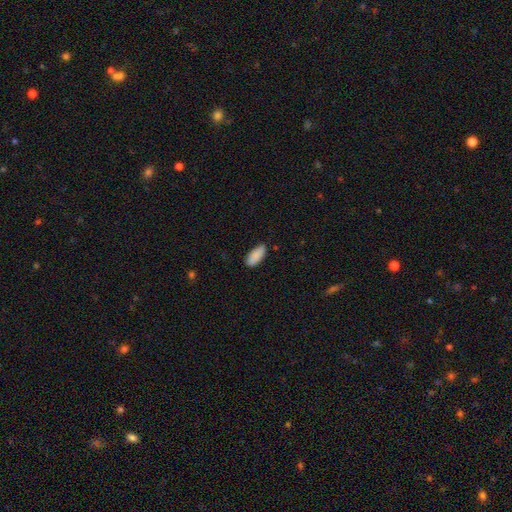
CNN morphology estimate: The model was most divided on "merging": none: 83%, minor disturbance: 13%, major disturbance: 2%, merger: 1%. More confident: smooth or featured — smooth (90%); how rounded — in between (85%).